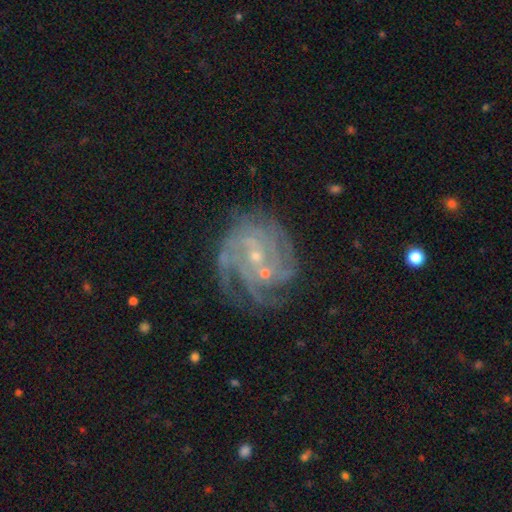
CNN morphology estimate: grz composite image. It shows a featured or disk galaxy (85%) with no bar (54%), 4 (27%) tight (65%) spiral arms (97%) and a small central bulge (77%). Merging: none (63%).